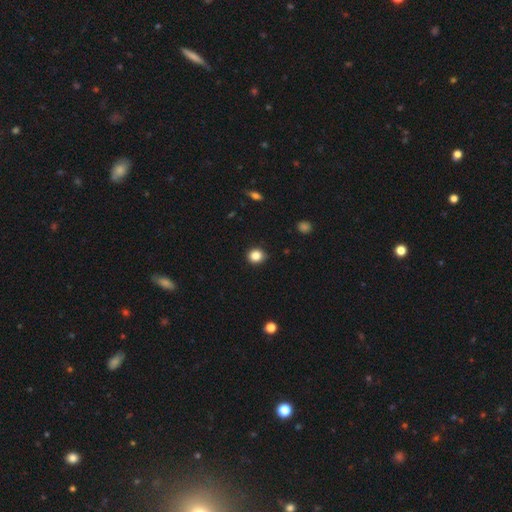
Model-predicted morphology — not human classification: This is clearly a smooth galaxy (85%). How rounded: clearly round (85%). Merging: clearly none (88%).